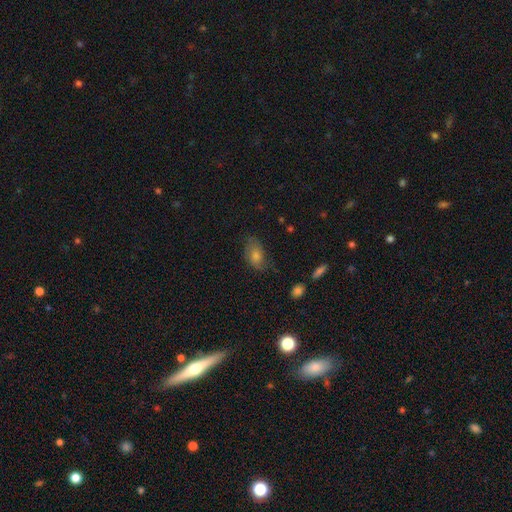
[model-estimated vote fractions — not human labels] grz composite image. It shows a smooth galaxy with no disk features (55%) that is in between round and cigar-shaped (84%). Merging: none (66%).